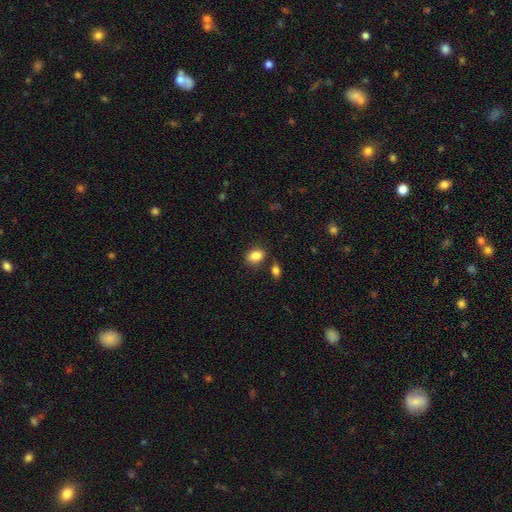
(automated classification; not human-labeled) The model was most divided on "how rounded": in between: 77%, round: 21%, cigar-shaped: 1%. More confident: smooth or featured — smooth (86%); merging — none (76%).